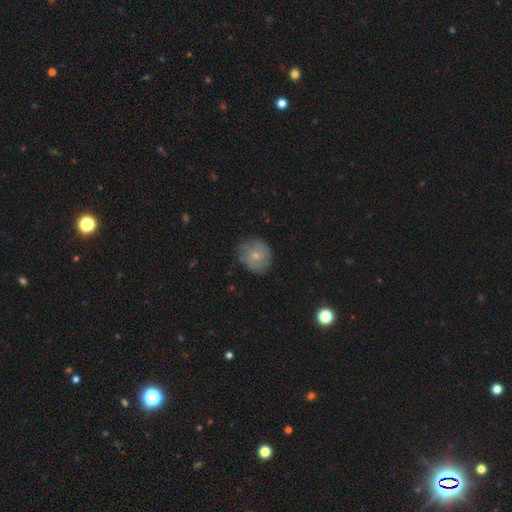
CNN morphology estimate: Smooth or featured: smooth — 63% (featured or disk — 30%)
How rounded: round — 78% (in between — 21%)
Merging: none — 65% (minor disturbance — 27%)